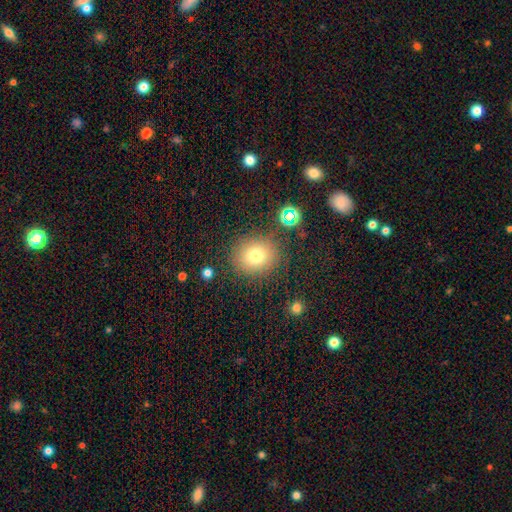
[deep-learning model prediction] Smooth or featured?
  - smooth: 75% *
  - star or artifact: 15%
  - featured or disk: 10%
How rounded?
  - round: 78% *
  - in between: 21%
  - cigar-shaped: 1%
Merging?
  - none: 83% *
  - minor disturbance: 9%
  - major disturbance: 4%
  - merger: 4%